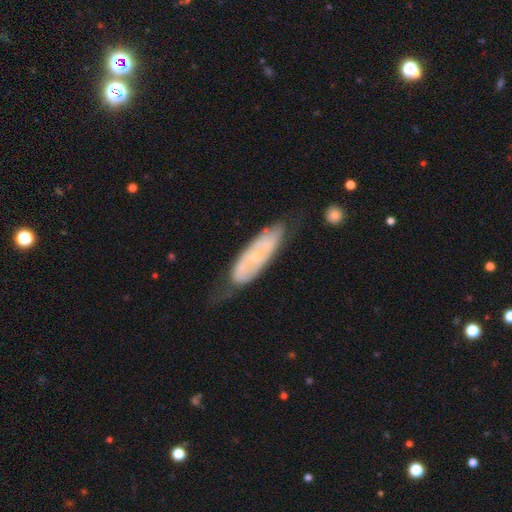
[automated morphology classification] type=featured or disk (66%); edge-on=no (80%); bar=no (78%); spiral arms=yes (58%); bulge=small (73%); merging=none (59%).